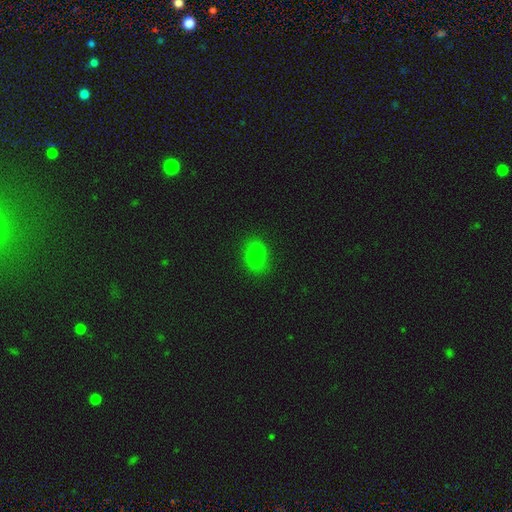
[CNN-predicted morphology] Q: Smooth or featured?
A: smooth (80%); runner-up: star or artifact (13%)
Q: How rounded?
A: in between (81%); runner-up: round (17%)
Q: Merging?
A: none (76%); runner-up: minor disturbance (17%)